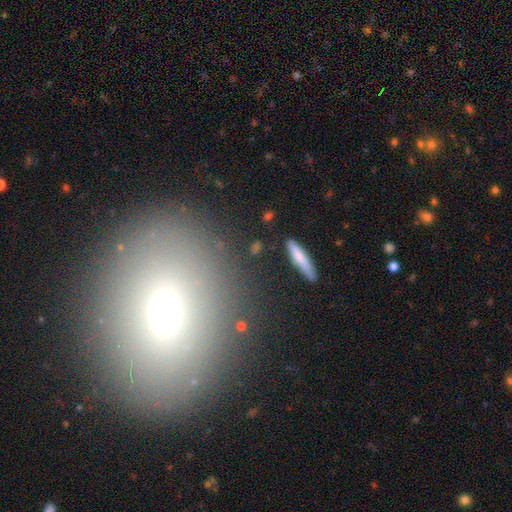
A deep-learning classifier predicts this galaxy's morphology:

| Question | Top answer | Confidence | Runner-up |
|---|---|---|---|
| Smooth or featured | smooth | 59% | featured or disk (23%) |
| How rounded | in between | 56% | cigar-shaped (23%) |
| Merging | none | 84% | minor disturbance (9%) |